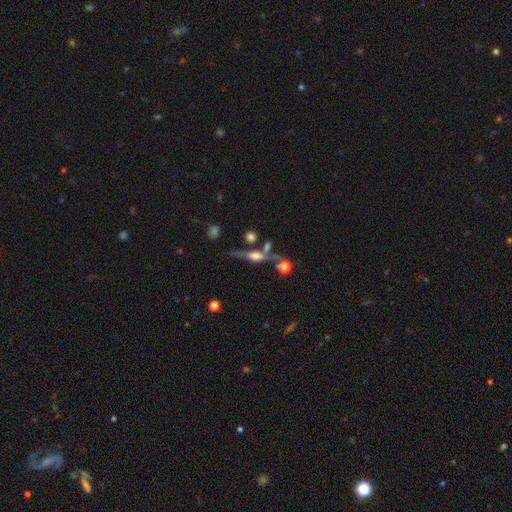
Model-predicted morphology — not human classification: A featured or disk galaxy (75%) viewed edge-on (91%) with a rounded central bulge (82%). Merging: none (64%).